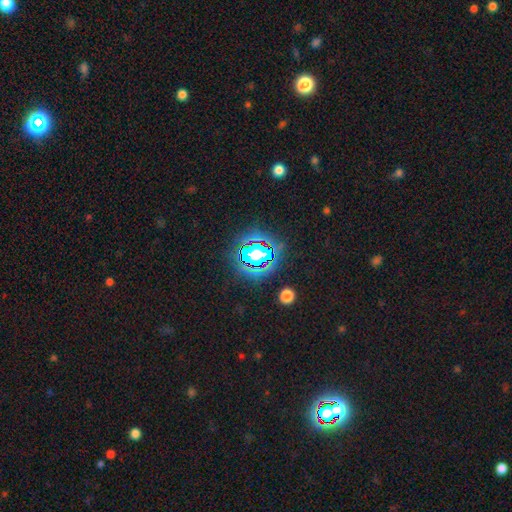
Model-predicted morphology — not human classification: star or artifact 78%, smooth 13%, featured or disk 8%.